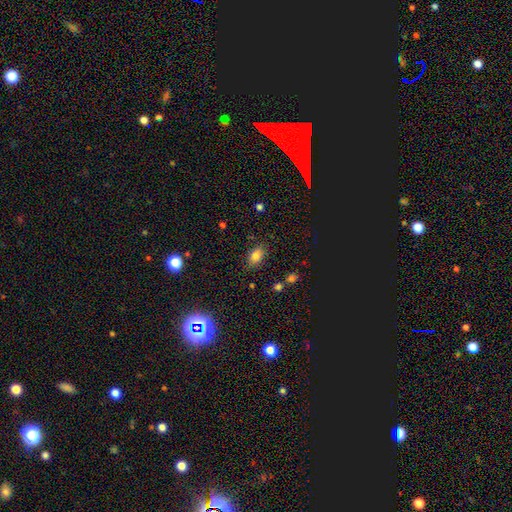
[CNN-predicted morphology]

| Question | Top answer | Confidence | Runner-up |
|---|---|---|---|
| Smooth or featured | smooth | 81% | star or artifact (11%) |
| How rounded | in between | 85% | round (13%) |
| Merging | none | 82% | minor disturbance (12%) |